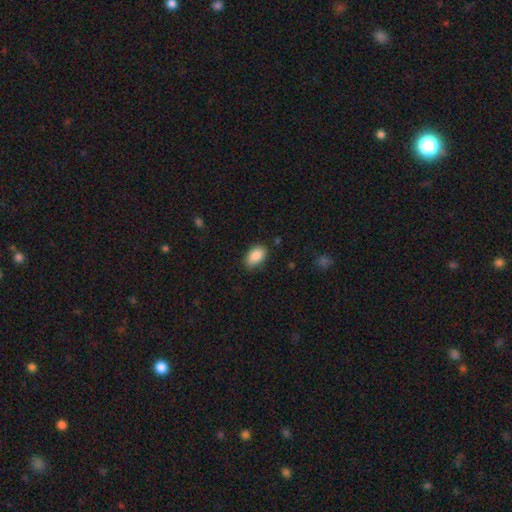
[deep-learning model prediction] Smooth or featured: smooth — 88% (star or artifact — 7%)
How rounded: in between — 92% (round — 7%)
Merging: none — 78% (minor disturbance — 18%)